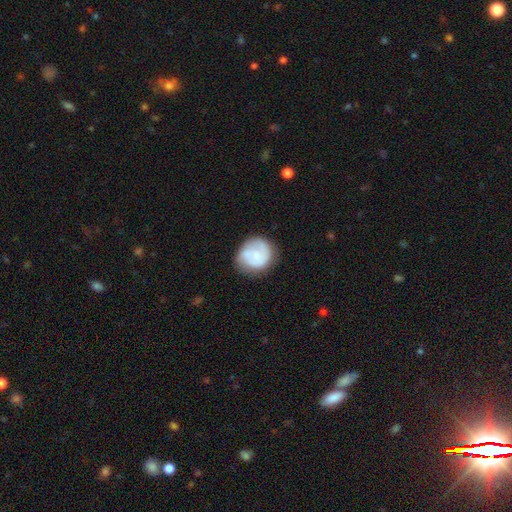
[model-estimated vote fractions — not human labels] smooth-or-featured: smooth: 49% | featured or disk: 44% | star or artifact: 7%
  merging: none: 64% | minor disturbance: 23% | major disturbance: 9% | merger: 3%